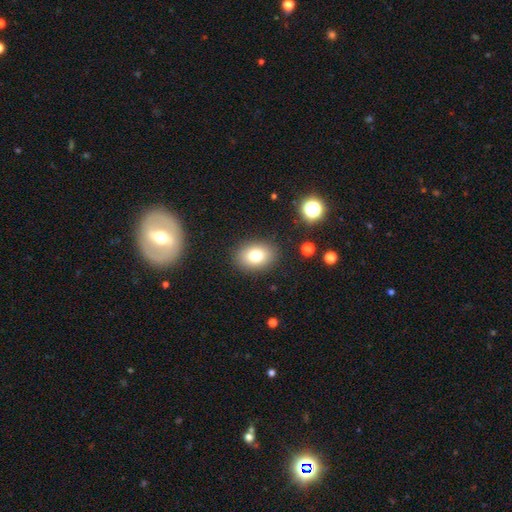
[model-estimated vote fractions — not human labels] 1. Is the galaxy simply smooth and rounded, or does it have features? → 77% smooth, 11% featured or disk, 11% star or artifact.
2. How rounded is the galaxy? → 68% in between, 31% round, 1% cigar-shaped.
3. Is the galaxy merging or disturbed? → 87% none, 8% minor disturbance, 3% major disturbance, 1% merger.